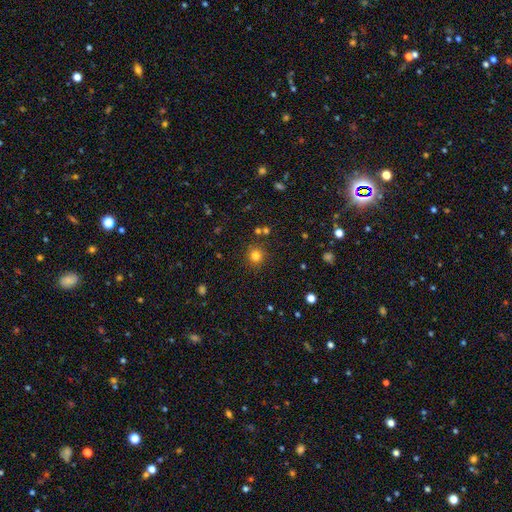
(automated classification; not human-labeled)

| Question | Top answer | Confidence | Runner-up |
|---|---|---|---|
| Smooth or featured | smooth | 79% | star or artifact (15%) |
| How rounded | round | 91% | in between (8%) |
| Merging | none | 85% | minor disturbance (8%) |